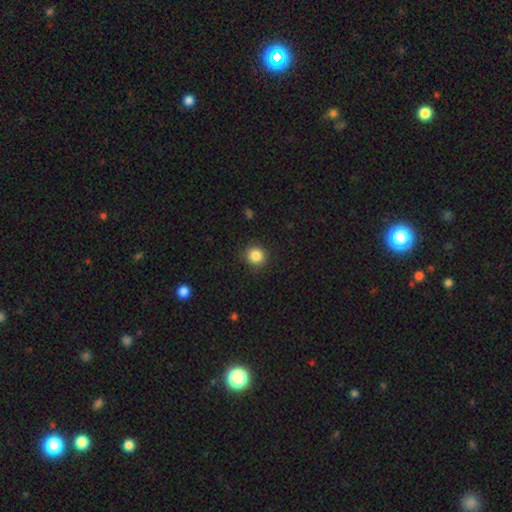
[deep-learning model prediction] Q: Smooth or featured?
A: smooth (86%); runner-up: star or artifact (10%)
Q: How rounded?
A: round (91%); runner-up: in between (8%)
Q: Merging?
A: none (91%); runner-up: minor disturbance (6%)